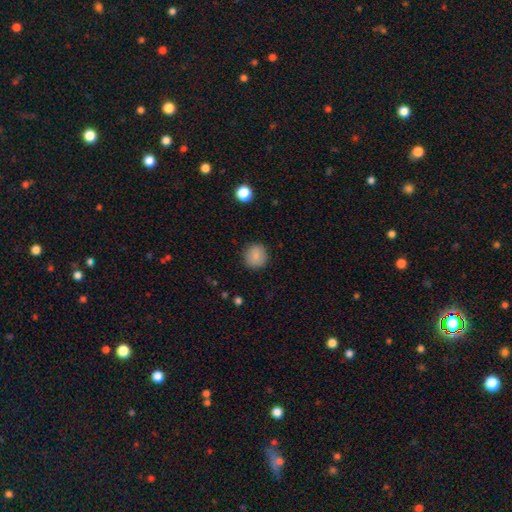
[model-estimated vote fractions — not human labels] Smooth or featured: smooth — 86% (star or artifact — 8%)
How rounded: round — 92% (in between — 7%)
Merging: none — 89% (minor disturbance — 7%)